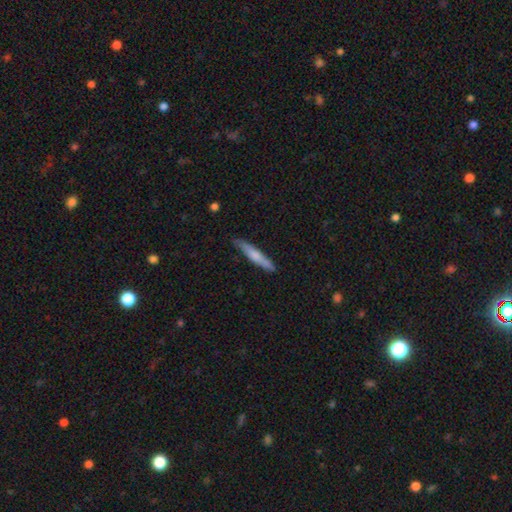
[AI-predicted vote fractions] This appears to be a smooth galaxy with no disk features (62%) that is cigar-shaped (93%). Merging: none (84%).